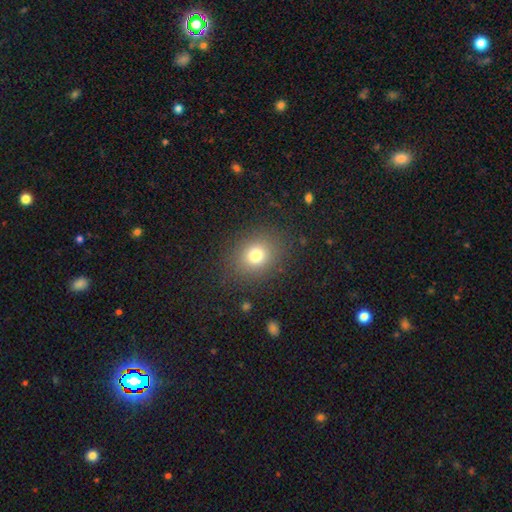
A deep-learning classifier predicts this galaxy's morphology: smooth 76%, star or artifact 14%, featured or disk 10%. Down the decision tree: how rounded — round (60%); merging — none (87%).